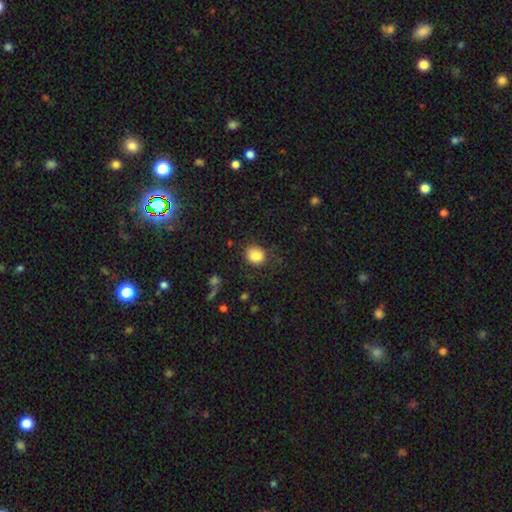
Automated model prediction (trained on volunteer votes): The model was most divided on "how rounded": round: 65%, in between: 34%, cigar-shaped: 1%. More confident: smooth or featured — smooth (86%); merging — none (74%).